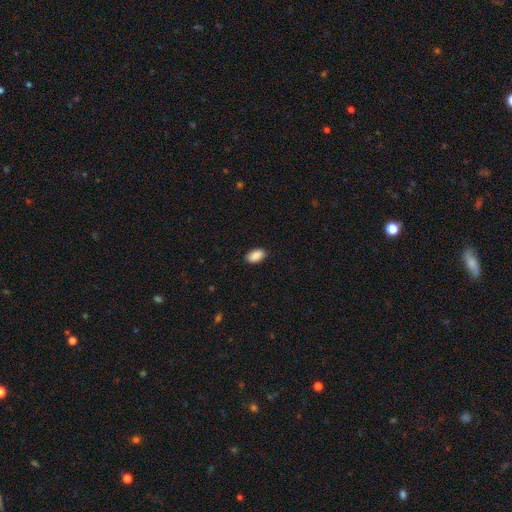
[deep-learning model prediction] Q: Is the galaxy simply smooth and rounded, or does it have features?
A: smooth — 90%.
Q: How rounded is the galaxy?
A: in between — 94%.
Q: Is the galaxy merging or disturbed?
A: none — 89%.